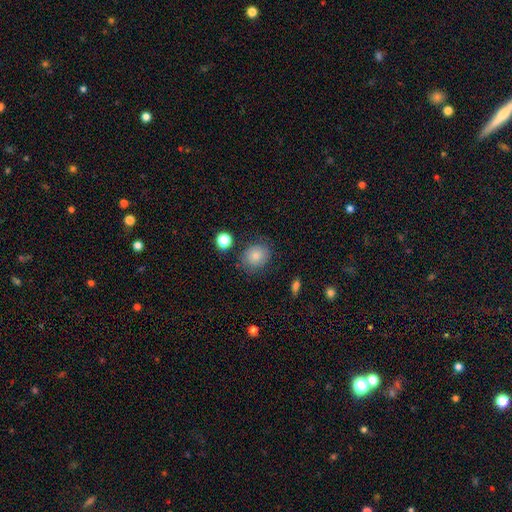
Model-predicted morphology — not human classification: Smooth or featured? Predicted: smooth (p=0.82). How rounded? Predicted: round (p=0.60). Merging? Predicted: none (p=0.76).